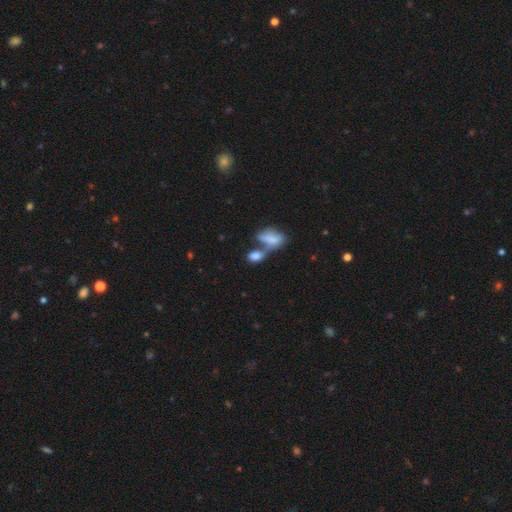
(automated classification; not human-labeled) smooth 78%, featured or disk 14%, star or artifact 9%. Down the decision tree: how rounded — in between (83%); merging — merger (59%).